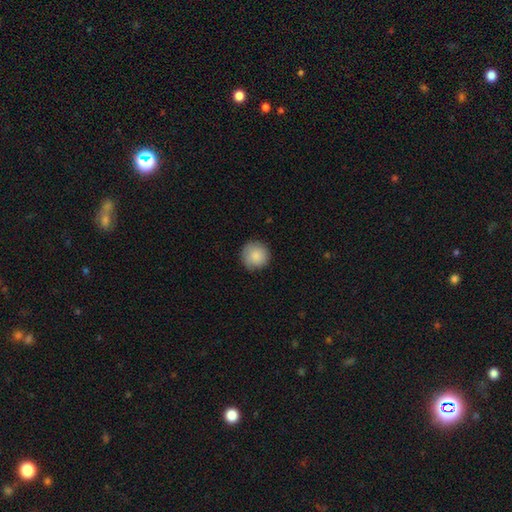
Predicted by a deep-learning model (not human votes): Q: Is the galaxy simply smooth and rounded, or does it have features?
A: smooth — 86%.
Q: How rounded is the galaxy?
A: round — 95%.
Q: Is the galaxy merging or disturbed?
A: none — 83%.